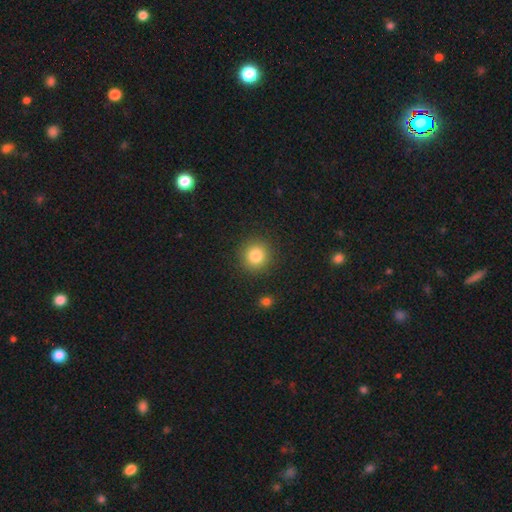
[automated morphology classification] Q: Smooth or featured?
A: smooth (83%); runner-up: star or artifact (11%)
Q: How rounded?
A: round (94%); runner-up: in between (5%)
Q: Merging?
A: none (90%); runner-up: minor disturbance (6%)